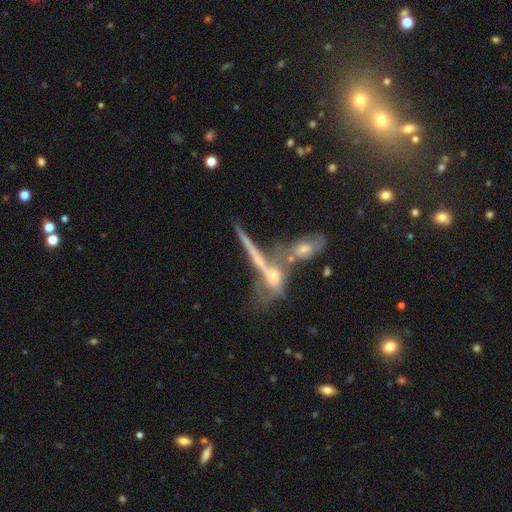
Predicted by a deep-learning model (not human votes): smooth-or-featured: featured or disk: 60% | smooth: 28% | star or artifact: 11%
  disk-edge-on: yes: 77% | no: 23%
  merging: merger: 41% | none: 38% | minor disturbance: 12% | major disturbance: 10%